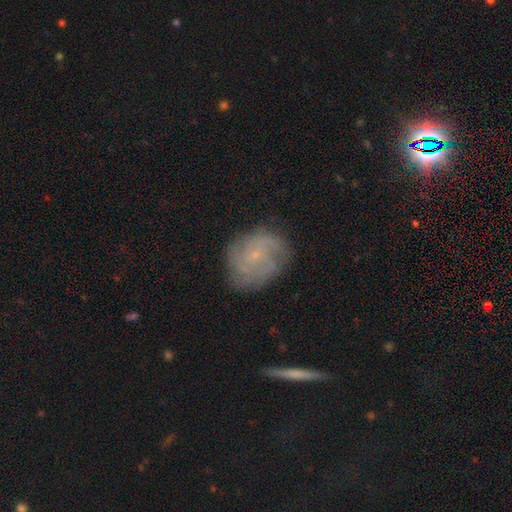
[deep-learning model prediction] Overall: featured or disk (66%). Edge-on disk: no (96%). Bar: no (75%). Spiral arms: yes (87%). Spiral arm count: can't tell (39%; 3 20%). Spiral winding: tight (48%; medium 36%). Bulge size: small (82%). Merging: none (74%).